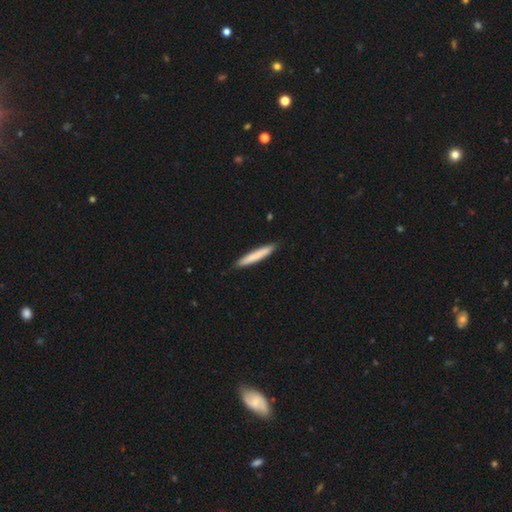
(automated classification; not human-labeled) Smooth or featured? smooth (78%)
How rounded? cigar-shaped (95%)
Merging? none (89%)